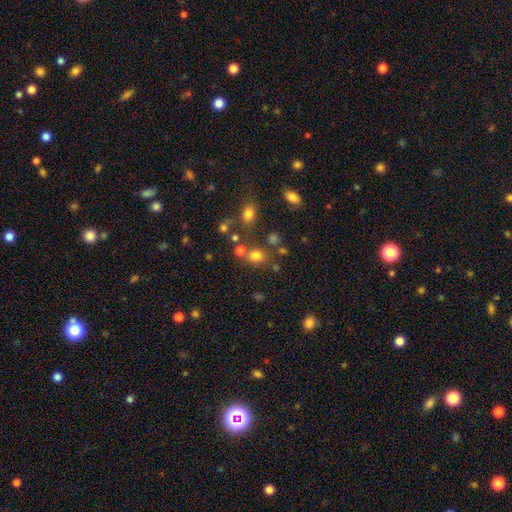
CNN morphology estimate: Smooth or featured? smooth (75%)
How rounded? round (64%)
Merging? none (65%)